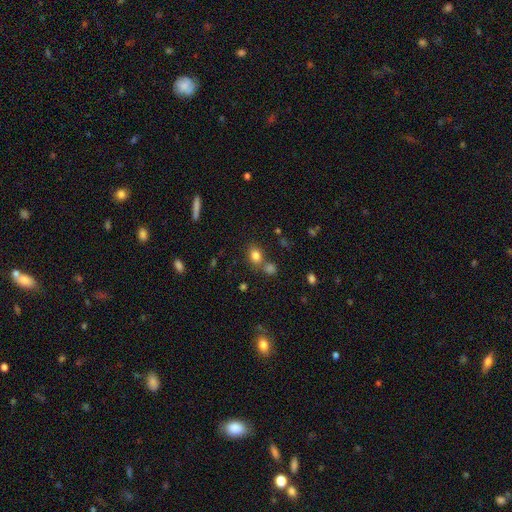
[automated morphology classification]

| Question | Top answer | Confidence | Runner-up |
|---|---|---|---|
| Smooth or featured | smooth | 80% | star or artifact (13%) |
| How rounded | in between | 49% | tied: round (49%) |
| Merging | none | 62% | merger (23%) |